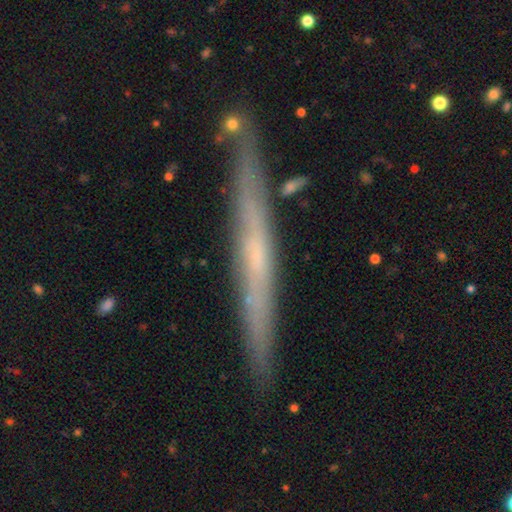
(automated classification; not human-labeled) Morphology: type=featured or disk (64%); edge-on=yes (95%); edge-on bulge=none (71%); merging=none (88%).